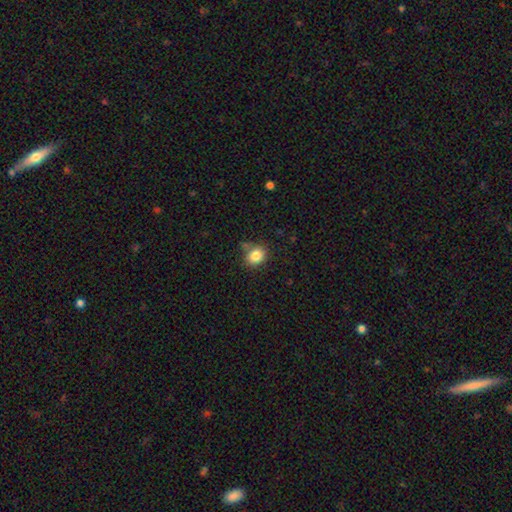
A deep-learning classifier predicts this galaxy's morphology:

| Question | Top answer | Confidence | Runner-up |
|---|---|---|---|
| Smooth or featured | smooth | 83% | star or artifact (10%) |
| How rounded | round | 62% | in between (37%) |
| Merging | none | 72% | minor disturbance (17%) |